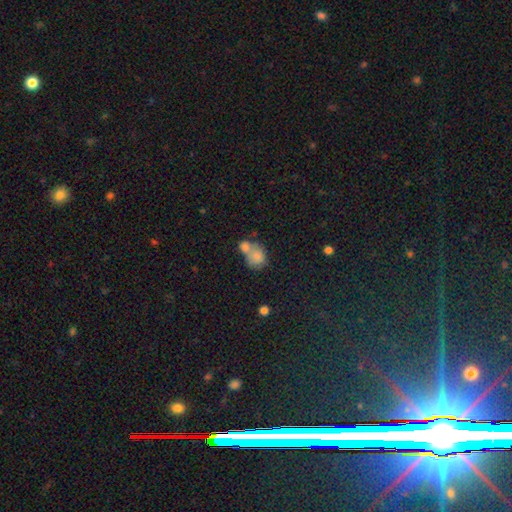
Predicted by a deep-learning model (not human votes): Morphology: type=smooth (76%); roundness=round (59%); merging=merger (64%).